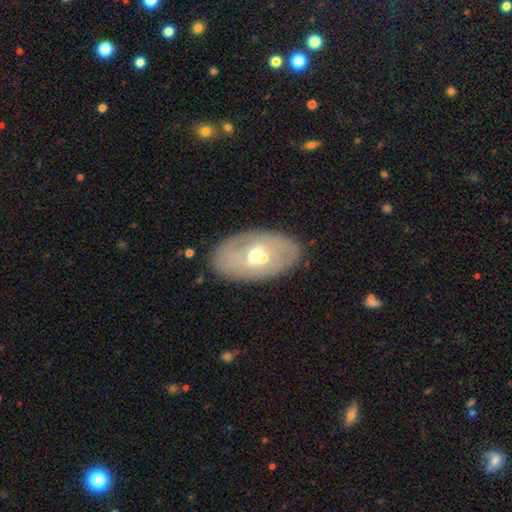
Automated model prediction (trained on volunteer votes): Smooth or featured? featured or disk (58%)
Edge-on disk? no (88%)
Bar? no (45%)
Spiral arms? no (78%)
Bulge size? moderate (67%)
Merging? none (77%)